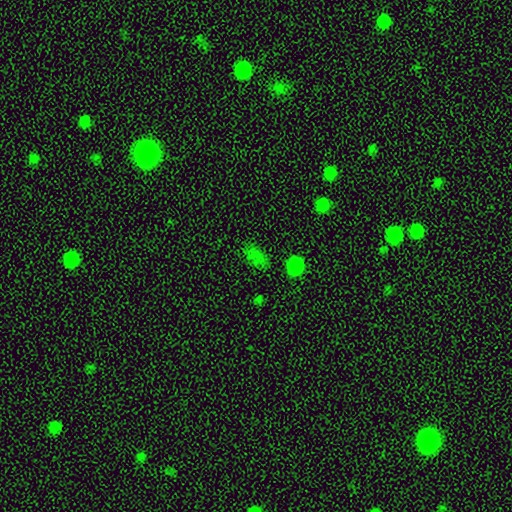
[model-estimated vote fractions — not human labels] Morphology: type=smooth (57%); roundness=in between (65%); merging=none (74%).